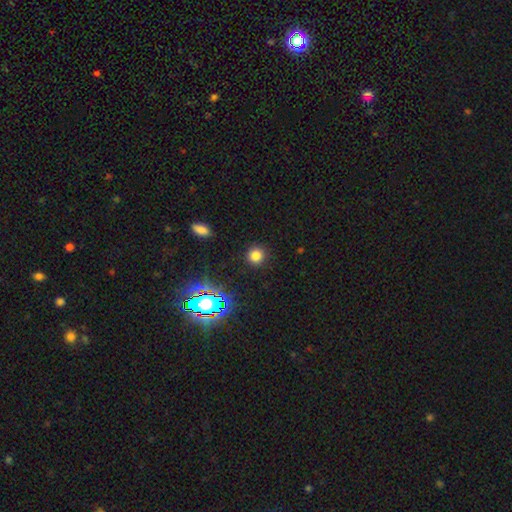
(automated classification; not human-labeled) The model was most divided on "smooth or featured": smooth: 78%, star or artifact: 17%, featured or disk: 5%. More confident: how rounded — round (92%); merging — none (90%).